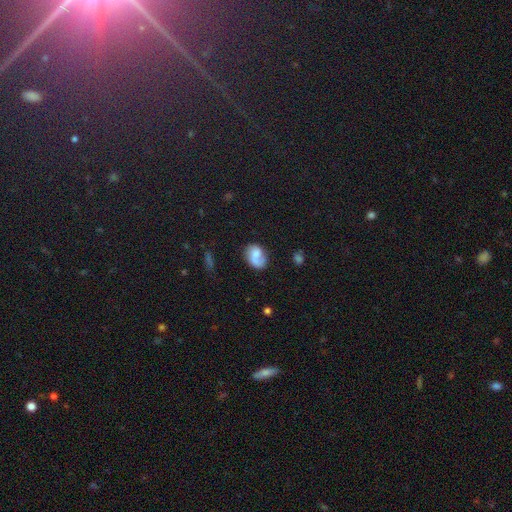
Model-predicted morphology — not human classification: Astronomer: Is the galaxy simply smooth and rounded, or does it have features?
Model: smooth — 48% (runner-up: featured or disk, 43%).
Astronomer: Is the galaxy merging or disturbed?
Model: none — 53%.